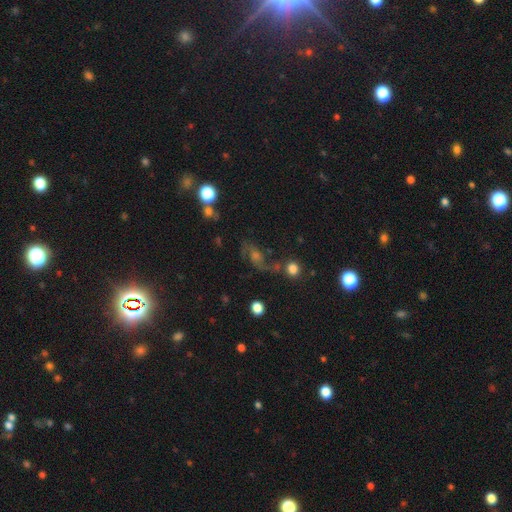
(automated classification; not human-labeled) Smooth or featured?
  - featured or disk: 56% *
  - star or artifact: 23%
  - smooth: 21%
Edge-on disk?
  - no: 93% *
  - yes: 7%
Bar?
  - no: 62% *
  - weak: 31%
  - strong: 7%
Spiral arms?
  - yes: 85% *
  - no: 15%
Bulge size?
  - moderate: 42% *
  - small: 31%
  - none: 12%
  - large: 11%
  - dominant: 3%
Merging?
  - none: 51% *
  - major disturbance: 19%
  - minor disturbance: 17%
  - merger: 13%